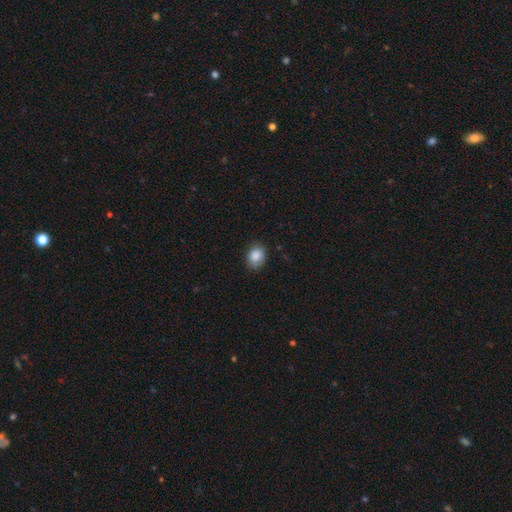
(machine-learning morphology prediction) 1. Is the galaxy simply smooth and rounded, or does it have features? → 87% smooth, 8% star or artifact, 5% featured or disk.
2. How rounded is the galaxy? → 59% in between, 41% round, 1% cigar-shaped.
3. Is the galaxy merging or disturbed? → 78% none, 18% minor disturbance, 3% major disturbance, 1% merger.